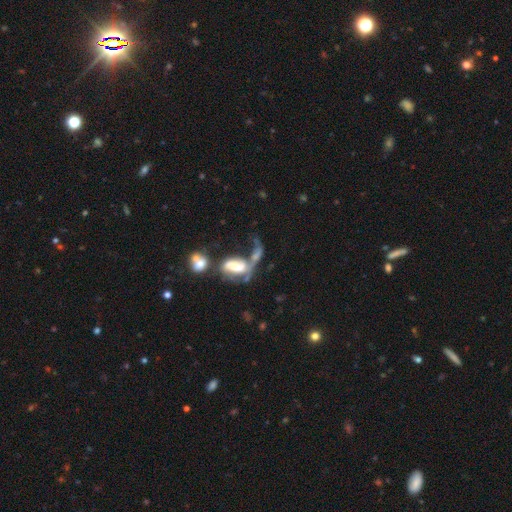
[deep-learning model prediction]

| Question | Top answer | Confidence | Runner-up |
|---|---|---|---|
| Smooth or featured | featured or disk | 50% | smooth (35%) |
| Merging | merger | 47% | major disturbance (29%) |